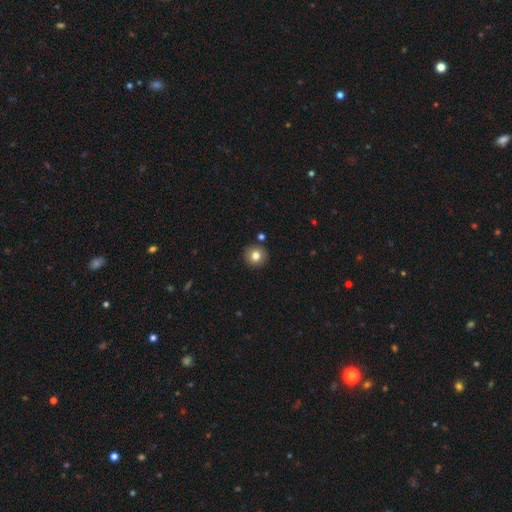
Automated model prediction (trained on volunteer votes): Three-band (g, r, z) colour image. It shows a smooth galaxy with no disk features (80%) that is round (93%). Merging: none (88%).